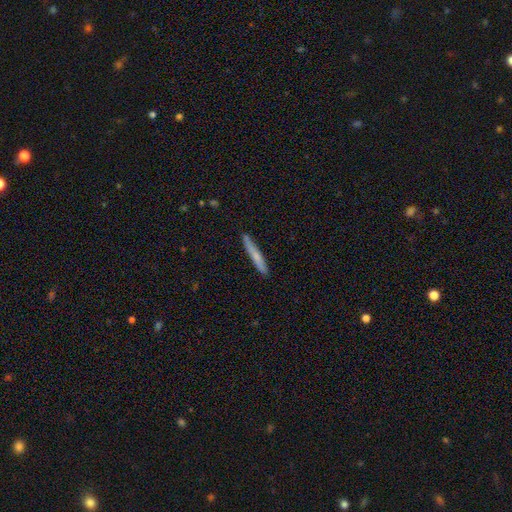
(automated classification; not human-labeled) A smooth galaxy with no disk features (64%) that is cigar-shaped (95%). Merging: none (88%).